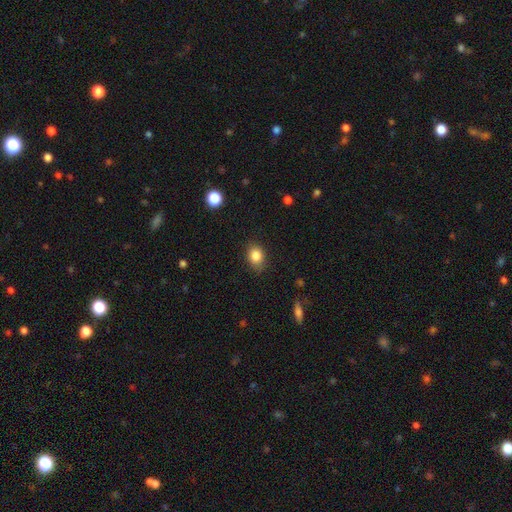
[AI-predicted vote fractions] Q: Smooth or featured?
A: smooth (85%); runner-up: star or artifact (10%)
Q: How rounded?
A: in between (57%); runner-up: round (42%)
Q: Merging?
A: none (81%); runner-up: minor disturbance (15%)